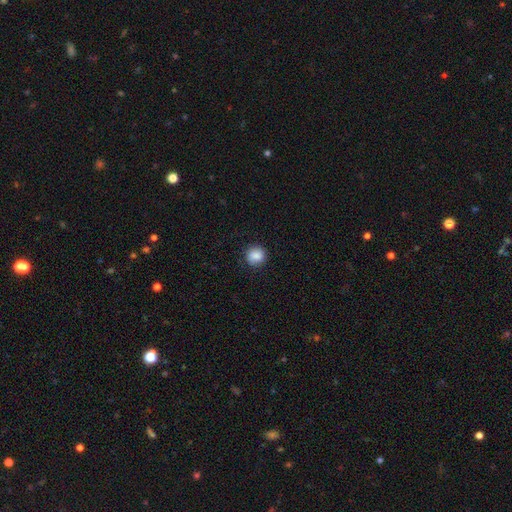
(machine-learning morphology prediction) Smooth or featured?
  - smooth: 84% *
  - star or artifact: 8%
  - featured or disk: 7%
How rounded?
  - round: 88% *
  - in between: 11%
  - cigar-shaped: 1%
Merging?
  - none: 84% *
  - minor disturbance: 12%
  - major disturbance: 3%
  - merger: 1%